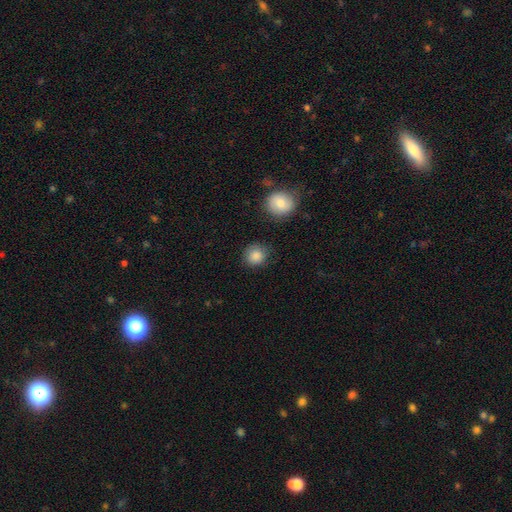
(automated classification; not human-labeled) smooth_or_featured: smooth (p=0.87) [alt: star or artifact p=0.09]
how_rounded: round (p=0.86) [alt: in between p=0.13]
merging: none (p=0.81) [alt: minor disturbance p=0.13]